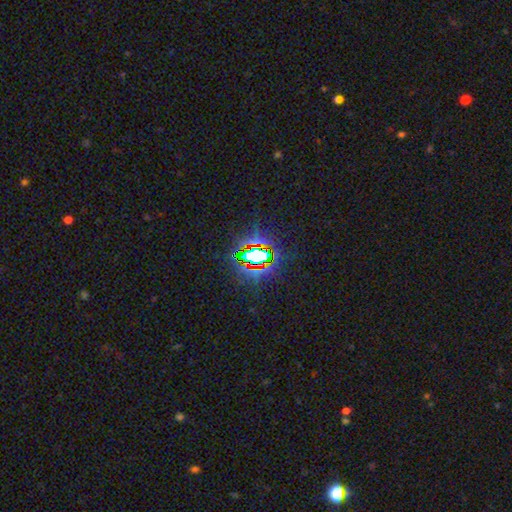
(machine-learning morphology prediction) Smooth or featured?
  - star or artifact: 74% *
  - smooth: 15%
  - featured or disk: 11%